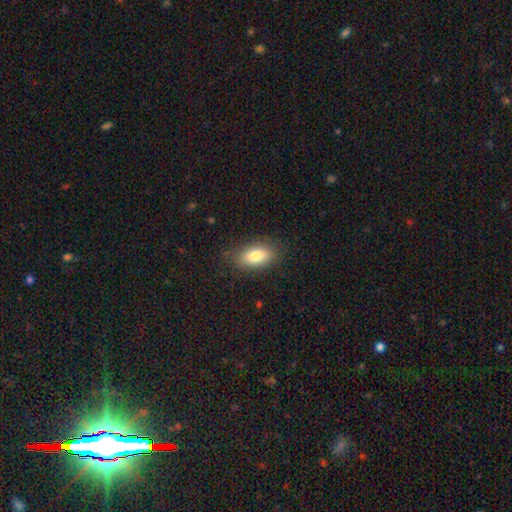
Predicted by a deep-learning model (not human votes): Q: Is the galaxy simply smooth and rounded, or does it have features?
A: smooth — 82%.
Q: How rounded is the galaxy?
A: in between — 90%.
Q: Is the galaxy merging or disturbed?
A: none — 85%.